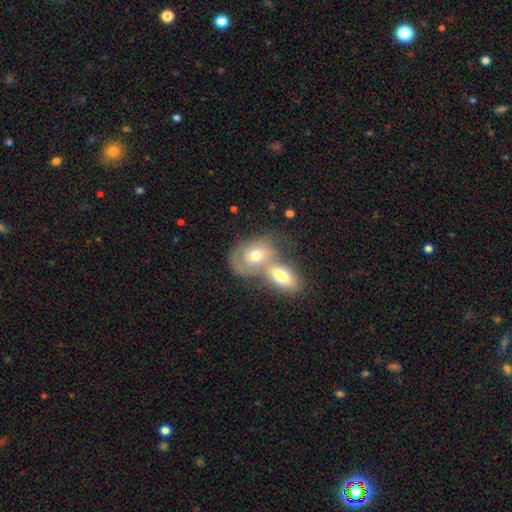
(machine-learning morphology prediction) type=smooth (51%); roundness=in between (72%); merging=merger (66%).